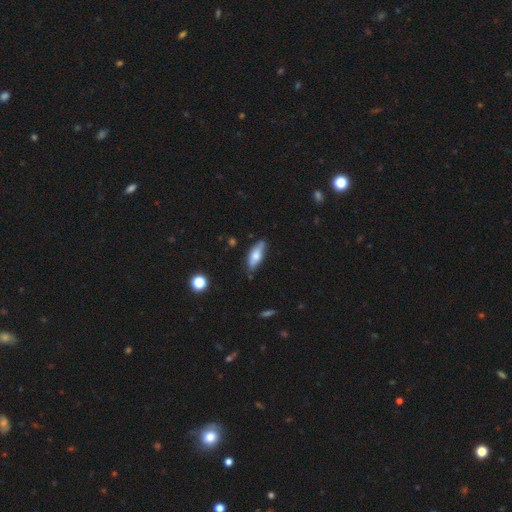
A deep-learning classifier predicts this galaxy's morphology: Smooth or featured?
  - smooth: 65% *
  - featured or disk: 28%
  - star or artifact: 7%
How rounded?
  - in between: 65% *
  - cigar-shaped: 33%
  - round: 2%
Merging?
  - none: 75% *
  - minor disturbance: 20%
  - major disturbance: 3%
  - merger: 2%